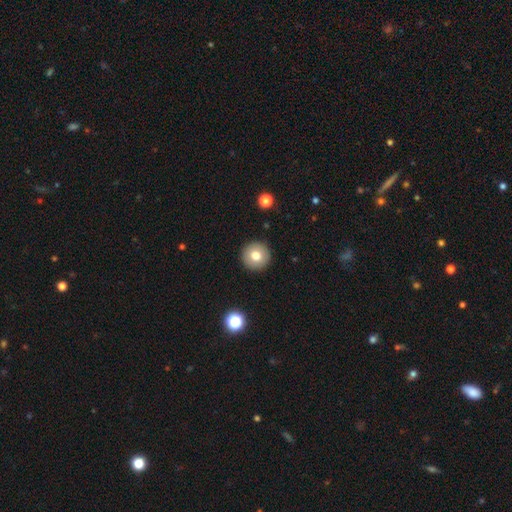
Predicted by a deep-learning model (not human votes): This is likely a smooth galaxy (76%). How rounded: clearly round (96%). Merging: clearly none (92%).